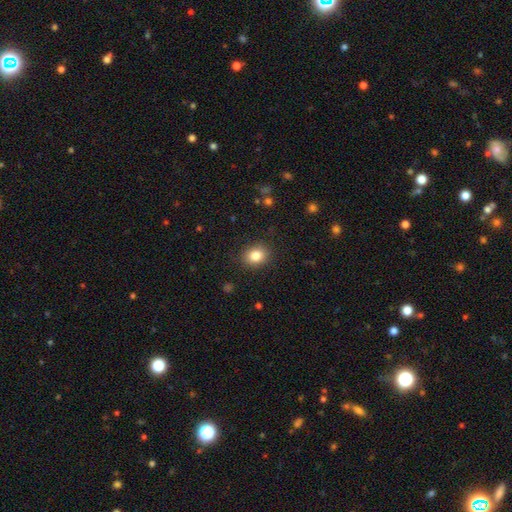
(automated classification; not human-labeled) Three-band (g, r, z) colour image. It shows a smooth galaxy with no disk features (83%) that is round (61%). Merging: none (88%).